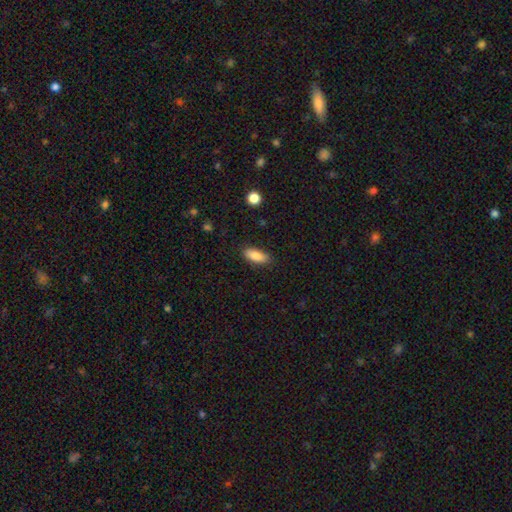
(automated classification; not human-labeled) Smooth or featured? smooth (87%)
How rounded? in between (82%)
Merging? none (84%)